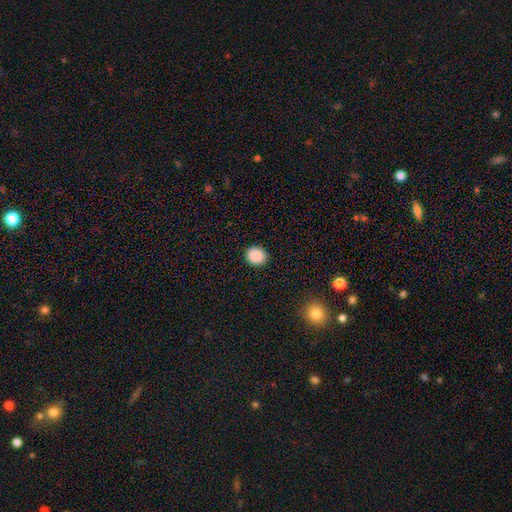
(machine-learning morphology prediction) type=smooth (89%); roundness=round (75%); merging=none (91%).